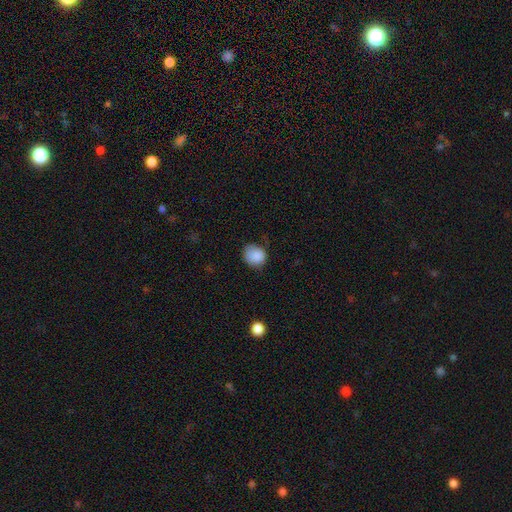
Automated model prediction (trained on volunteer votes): smooth_or_featured: smooth (p=0.87) [alt: star or artifact p=0.08]
how_rounded: round (p=0.78) [alt: in between p=0.21]
merging: none (p=0.65) [alt: minor disturbance p=0.27]